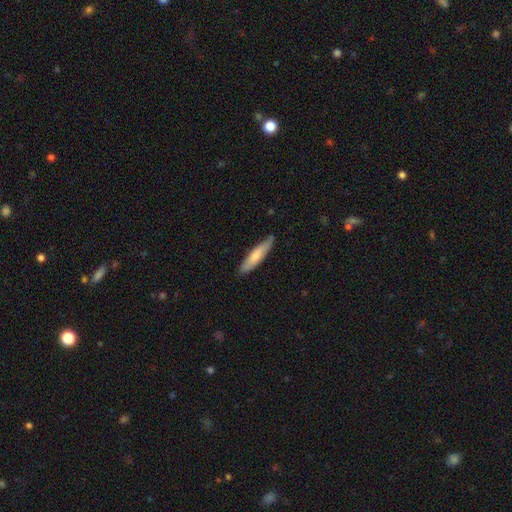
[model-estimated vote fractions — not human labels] This is likely a smooth galaxy (72%). How rounded: likely cigar-shaped (78%). Merging: clearly none (81%).